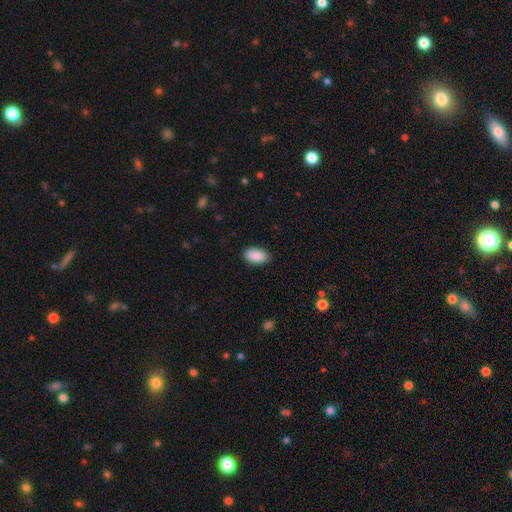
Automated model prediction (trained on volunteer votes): Overall: smooth (91%). How rounded: in between (94%). Merging: none (86%).